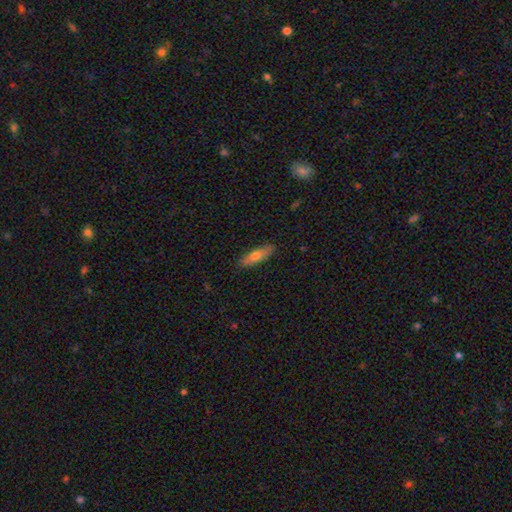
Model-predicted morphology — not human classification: Smooth or featured? smooth (68%)
How rounded? cigar-shaped (52%)
Merging? none (85%)